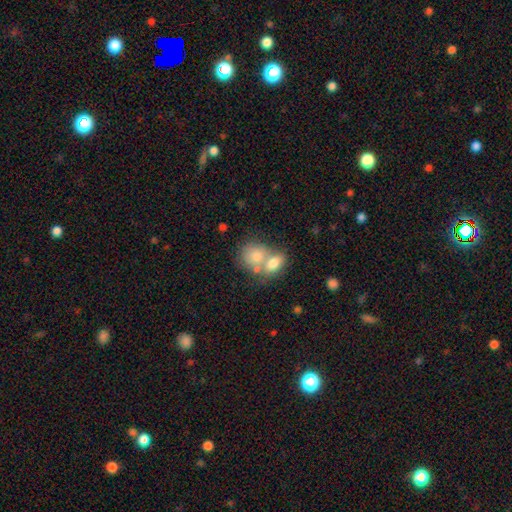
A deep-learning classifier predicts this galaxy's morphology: Smooth or featured? smooth (75%)
How rounded? round (52%)
Merging? merger (61%)